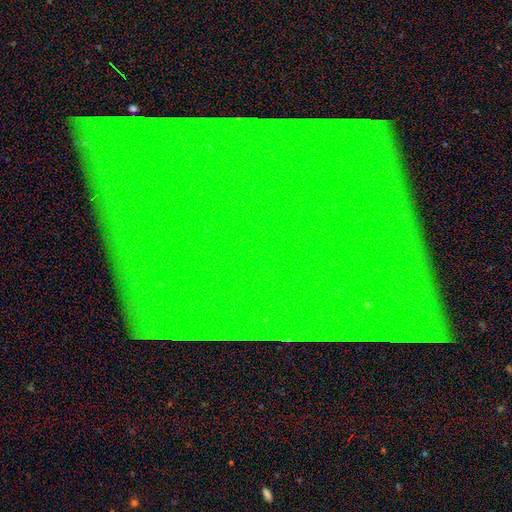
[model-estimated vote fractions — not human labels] The model was most divided on "smooth or featured": star or artifact: 85%, featured or disk: 8%, smooth: 7%.